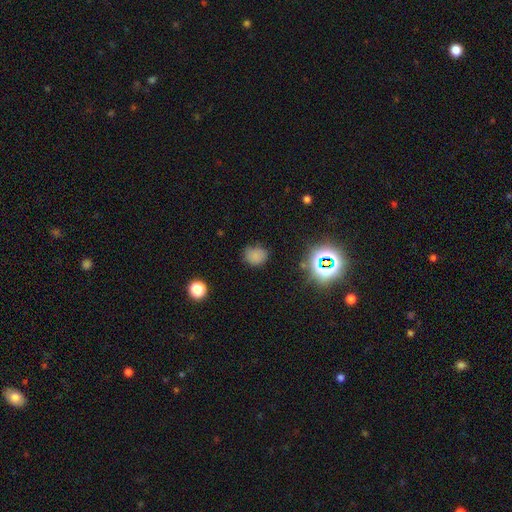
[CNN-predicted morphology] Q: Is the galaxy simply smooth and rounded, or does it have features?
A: smooth — 72%.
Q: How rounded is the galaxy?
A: round — 65%.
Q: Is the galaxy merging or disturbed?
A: none — 70%.